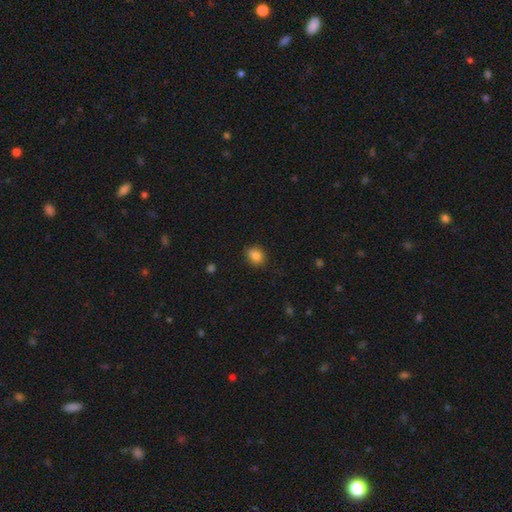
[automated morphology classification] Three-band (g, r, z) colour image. It shows a smooth galaxy with no disk features (83%) that is round (52%). Merging: none (76%).